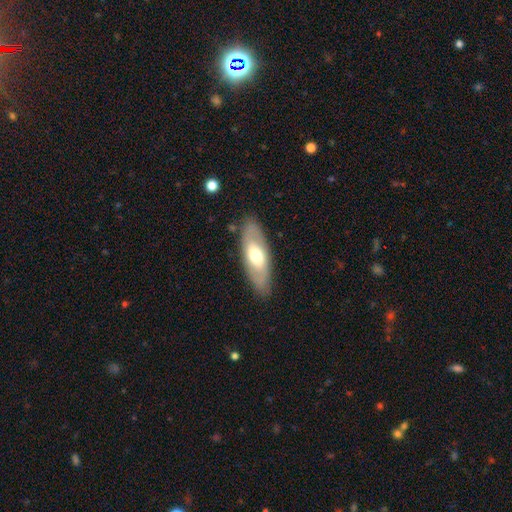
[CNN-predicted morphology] This is possibly a smooth galaxy (50%). Merging: clearly none (85%).